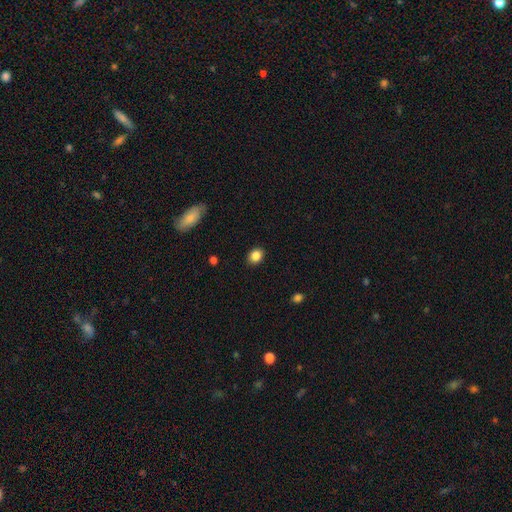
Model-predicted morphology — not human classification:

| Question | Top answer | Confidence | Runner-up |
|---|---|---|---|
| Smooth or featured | smooth | 86% | star or artifact (10%) |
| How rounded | round | 52% | in between (47%) |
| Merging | none | 89% | minor disturbance (8%) |